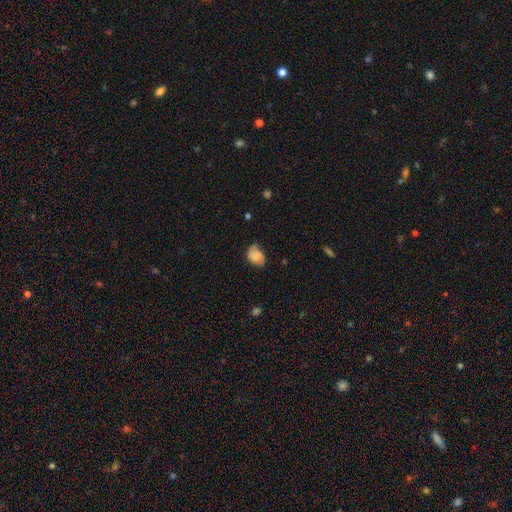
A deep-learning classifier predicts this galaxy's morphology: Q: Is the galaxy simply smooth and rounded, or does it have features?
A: smooth — 60%.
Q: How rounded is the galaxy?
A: in between — 68%.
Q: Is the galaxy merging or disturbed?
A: none — 54%.